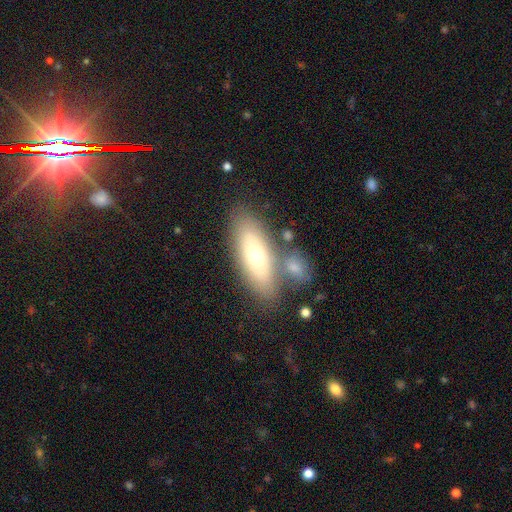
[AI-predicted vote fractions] Morphology: type=smooth (63%); roundness=in between (68%); merging=none (66%).